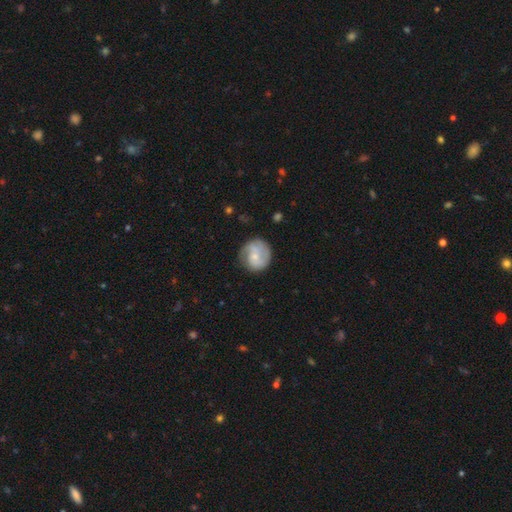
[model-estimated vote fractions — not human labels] Smooth or featured? featured or disk (55%)
Edge-on disk? no (98%)
Bar? no (63%)
Spiral arms? yes (85%)
Bulge size? small (62%)
Merging? none (69%)